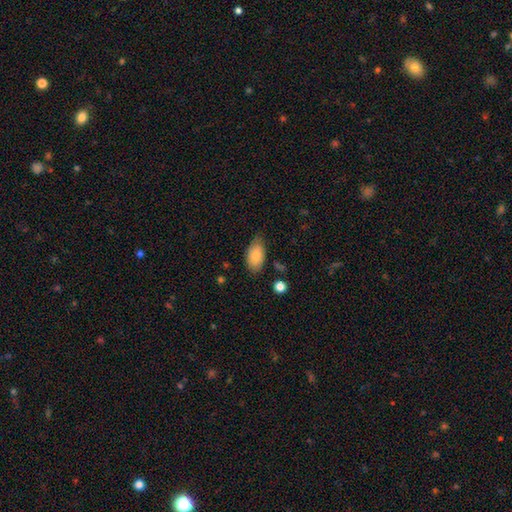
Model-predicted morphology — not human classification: The model was most divided on "merging": none: 69%, minor disturbance: 24%, major disturbance: 5%, merger: 2%. More confident: how rounded — in between (94%); smooth or featured — smooth (83%).